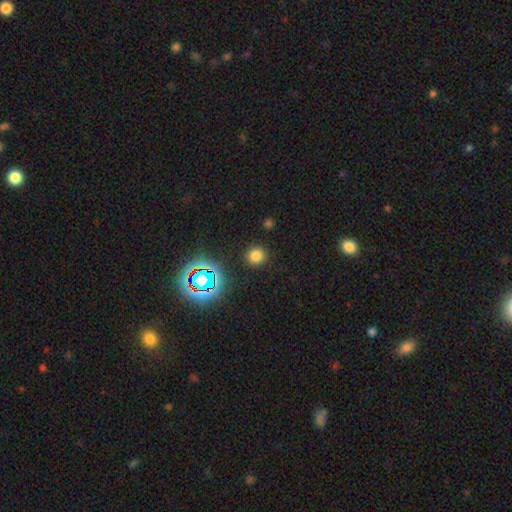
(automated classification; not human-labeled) smooth 73%, star or artifact 21%, featured or disk 5%. Down the decision tree: how rounded — round (92%); merging — none (90%).